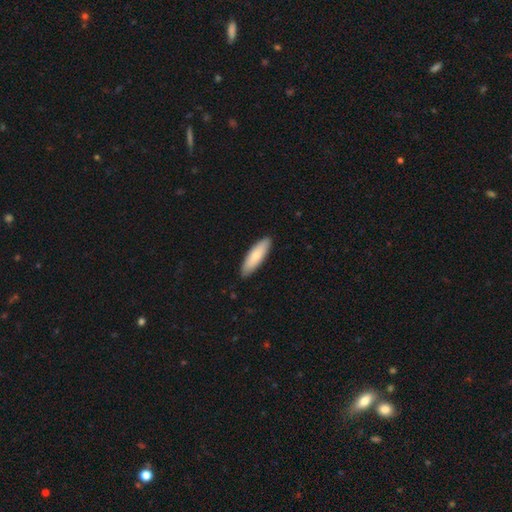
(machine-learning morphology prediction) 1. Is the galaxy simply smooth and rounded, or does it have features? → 81% smooth, 14% featured or disk, 5% star or artifact.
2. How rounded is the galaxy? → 51% cigar-shaped, 48% in between, 2% round.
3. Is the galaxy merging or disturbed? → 89% none, 9% minor disturbance, 1% major disturbance, 1% merger.